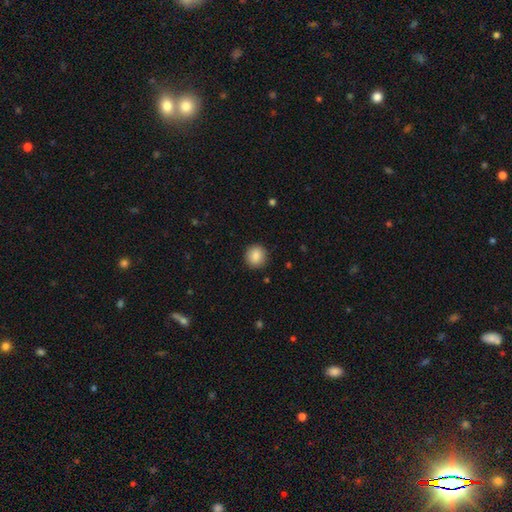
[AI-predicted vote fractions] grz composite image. It shows a smooth galaxy with no disk features (87%) that is round (90%). Merging: none (91%).